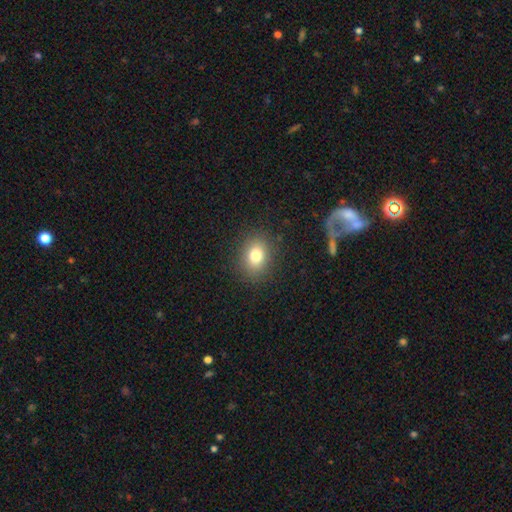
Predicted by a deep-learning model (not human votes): Overall: smooth (80%). How rounded: in between (53%; round 46%). Merging: none (88%).